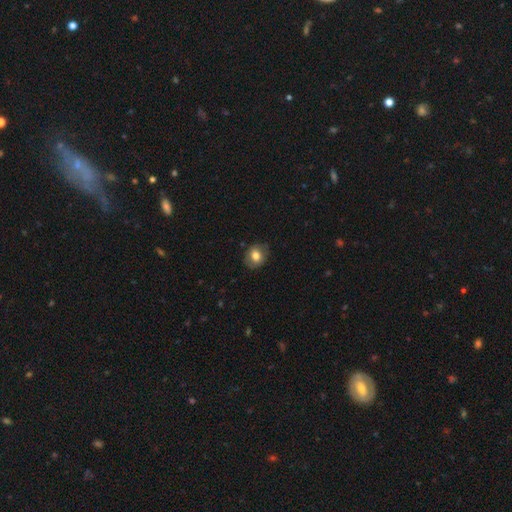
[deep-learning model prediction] A smooth galaxy with no disk features (74%) that is round (60%).

Vote fractions:
- Smooth or featured? smooth: 74% / featured or disk: 18% / star or artifact: 8%
- How rounded? round: 60% / in between: 39% / cigar-shaped: 1%
- Merging? none: 78% / minor disturbance: 16% / major disturbance: 5% / merger: 1%